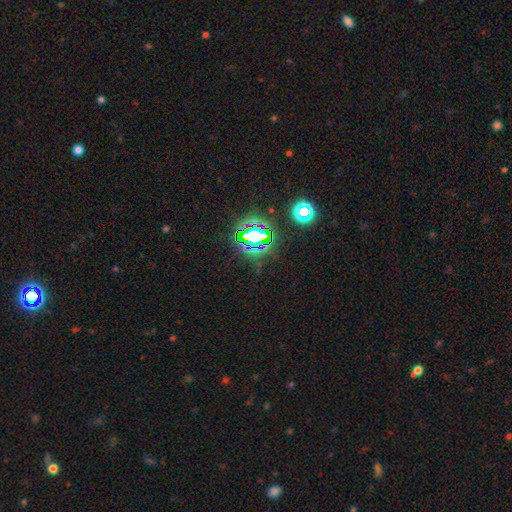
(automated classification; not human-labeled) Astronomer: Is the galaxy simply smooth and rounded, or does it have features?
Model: star or artifact — 81%.